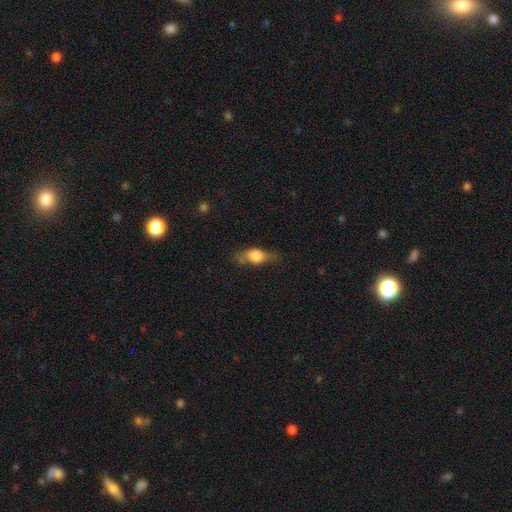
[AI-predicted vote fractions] Morphology: type=smooth (57%); roundness=in between (62%); merging=none (59%).